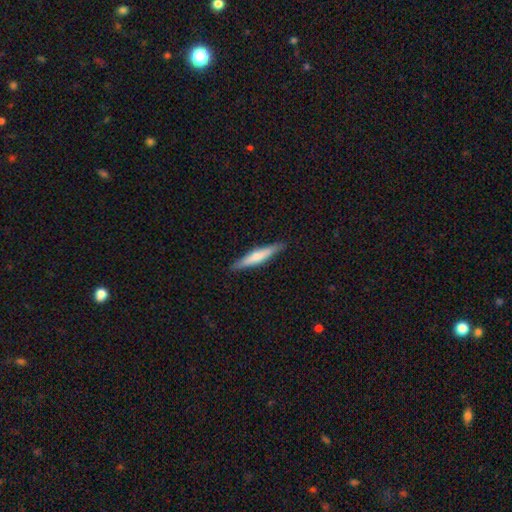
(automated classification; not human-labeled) Smooth or featured? Predicted: smooth (p=0.53). How rounded? Predicted: cigar-shaped (p=0.90). Merging? Predicted: none (p=0.89).